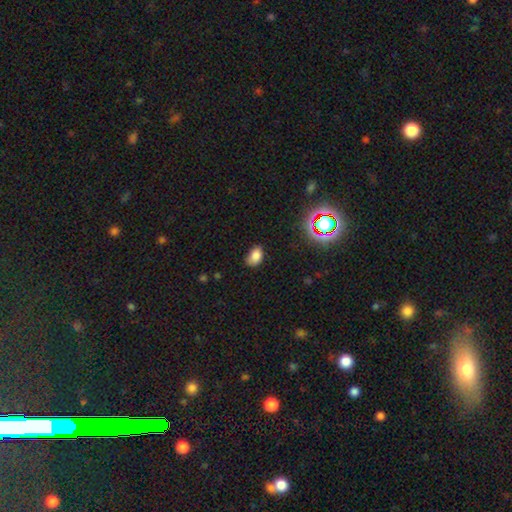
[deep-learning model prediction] Smooth or featured: smooth — 81% (star or artifact — 13%)
How rounded: in between — 85% (round — 13%)
Merging: none — 71% (minor disturbance — 23%)